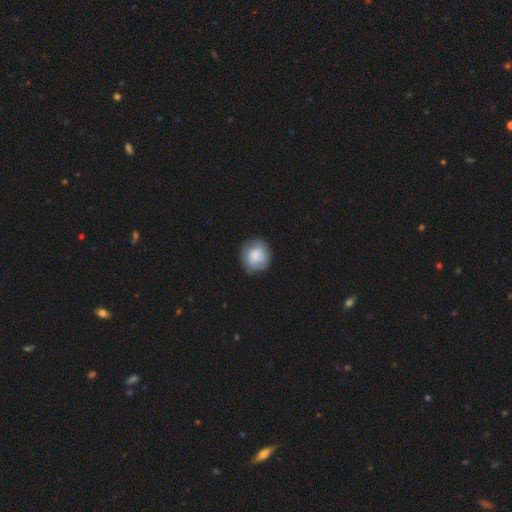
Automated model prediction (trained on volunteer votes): Smooth or featured: smooth — 58% (featured or disk — 35%)
How rounded: round — 85% (in between — 14%)
Merging: none — 75% (minor disturbance — 18%)